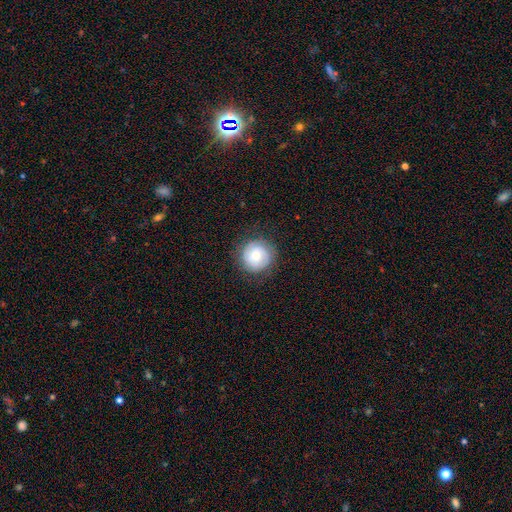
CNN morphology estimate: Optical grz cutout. It shows a smooth galaxy with no disk features (50%) that is round (93%). Merging: none (83%).